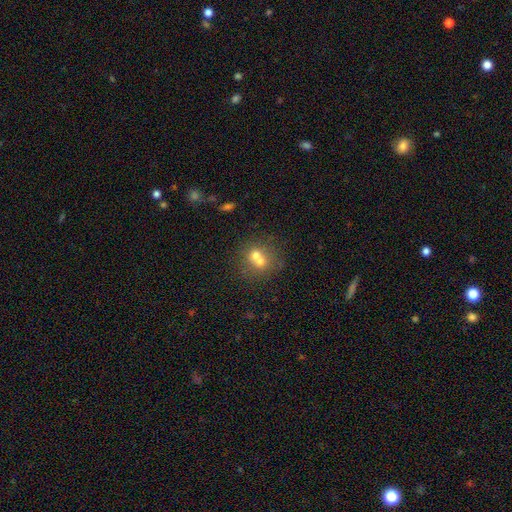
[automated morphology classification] smooth_or_featured: smooth (p=0.60) [alt: featured or disk p=0.25]
how_rounded: round (p=0.75) [alt: in between p=0.24]
merging: merger (p=0.57) [alt: none p=0.33]